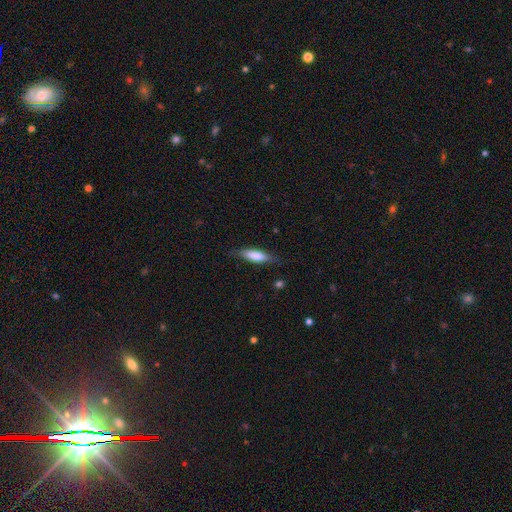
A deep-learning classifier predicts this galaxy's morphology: type=smooth (75%); roundness=cigar-shaped (54%); merging=none (76%).